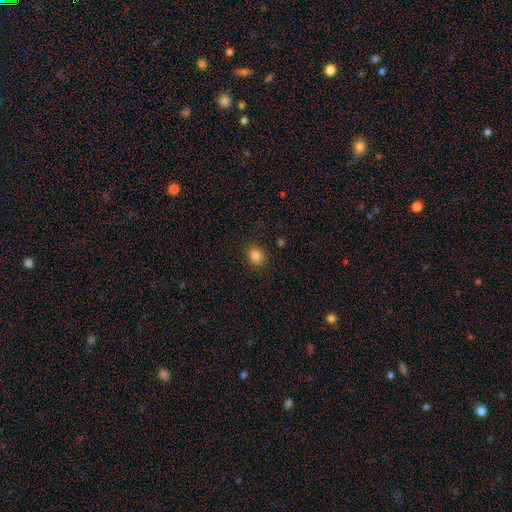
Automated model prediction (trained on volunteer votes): This appears to be a smooth galaxy with no disk features (86%) that is round (63%). Merging: none (88%).